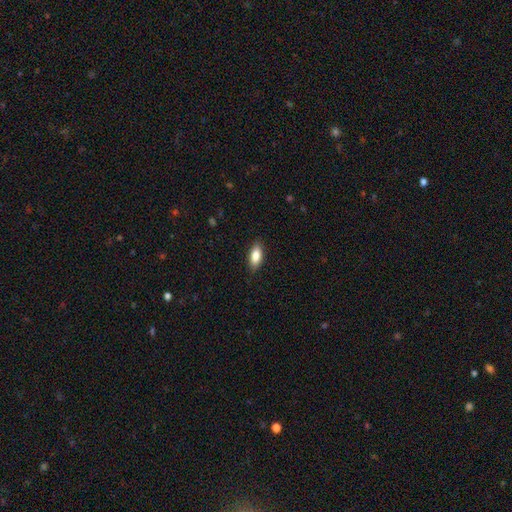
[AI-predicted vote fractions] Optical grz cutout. It shows a smooth galaxy with no disk features (83%) that is in between round and cigar-shaped (82%). Merging: none (87%).